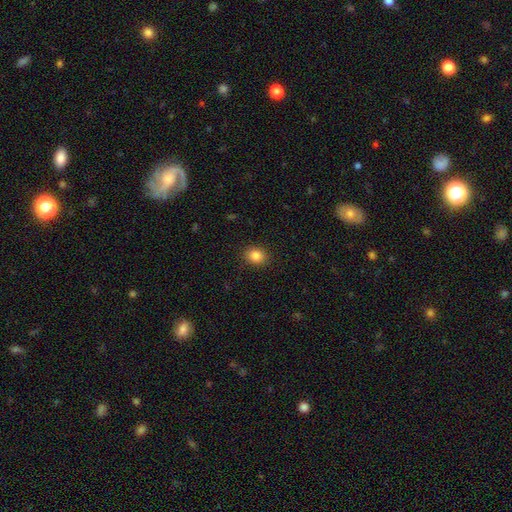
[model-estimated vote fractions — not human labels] Morphology: type=smooth (85%); roundness=round (52%); merging=none (89%).